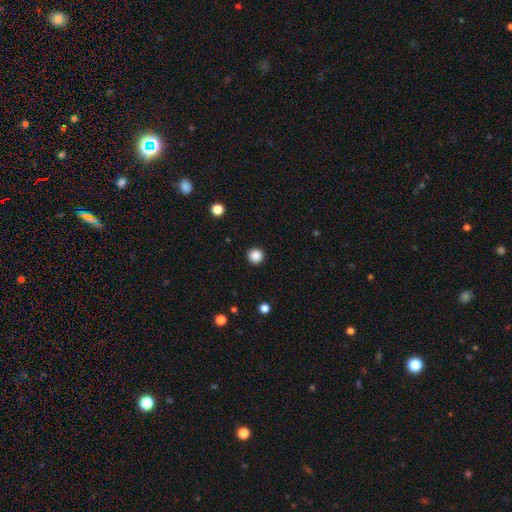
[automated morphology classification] Q: Smooth or featured?
A: smooth (87%); runner-up: star or artifact (11%)
Q: How rounded?
A: round (96%); runner-up: in between (3%)
Q: Merging?
A: none (93%); runner-up: minor disturbance (4%)